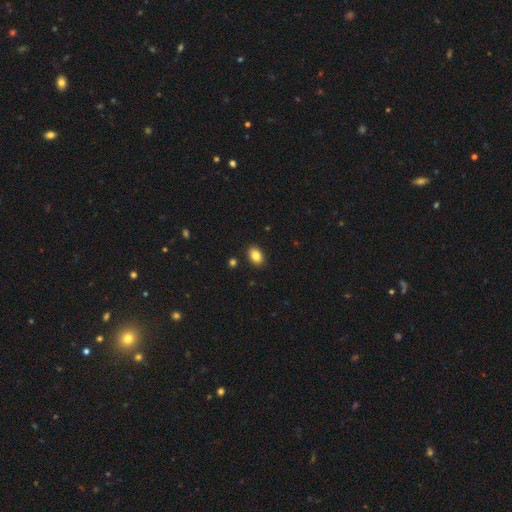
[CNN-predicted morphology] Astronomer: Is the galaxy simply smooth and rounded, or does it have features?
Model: smooth — 86%.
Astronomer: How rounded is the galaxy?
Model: in between — 81%.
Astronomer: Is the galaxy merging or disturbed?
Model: none — 89%.